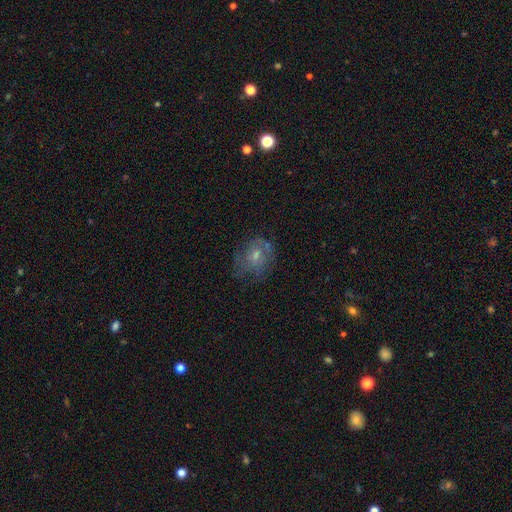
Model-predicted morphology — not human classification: smooth-or-featured: featured or disk: 48% | smooth: 36% | star or artifact: 16%
  merging: none: 65% | minor disturbance: 21% | major disturbance: 12% | merger: 2%